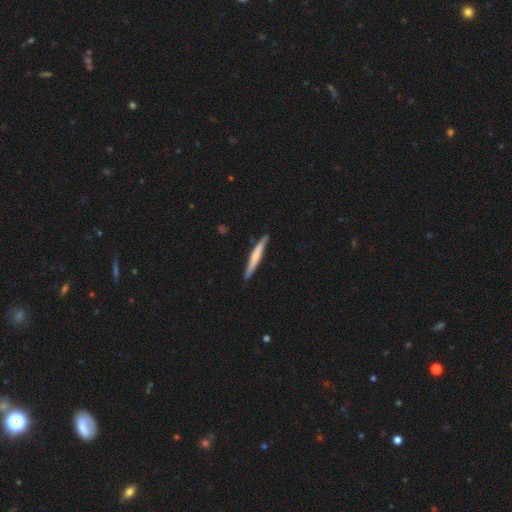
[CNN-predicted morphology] Smooth or featured? smooth (54%)
How rounded? cigar-shaped (96%)
Merging? none (88%)